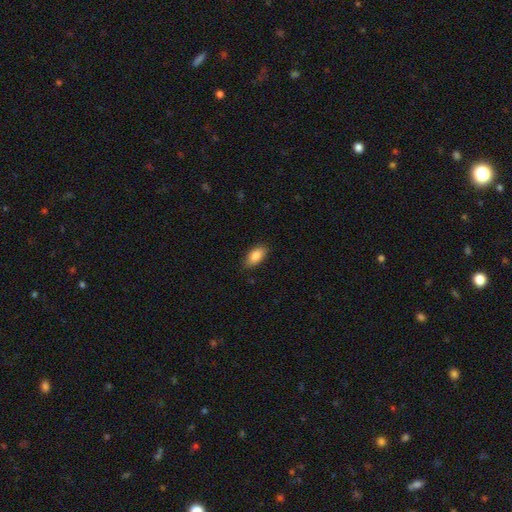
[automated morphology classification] Smooth or featured? Predicted: smooth (p=0.88). How rounded? Predicted: in between (p=0.92). Merging? Predicted: none (p=0.85).